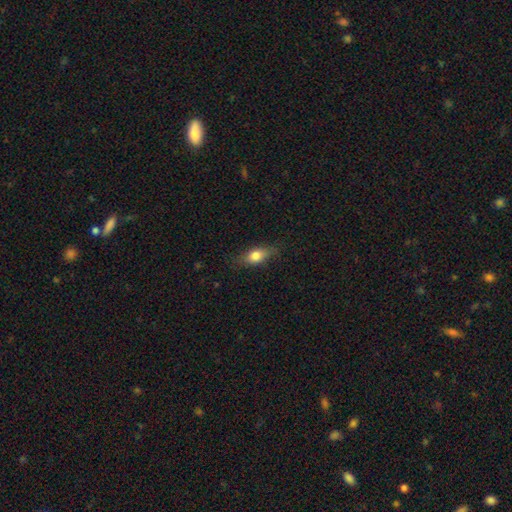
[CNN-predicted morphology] The model was most divided on "smooth or featured": smooth: 74%, featured or disk: 18%, star or artifact: 8%. More confident: merging — none (76%); how rounded — in between (74%).